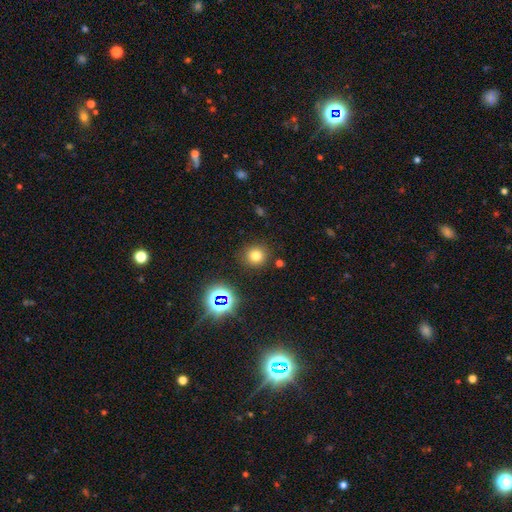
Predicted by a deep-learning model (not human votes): smooth-or-featured: smooth: 73% | star or artifact: 20% | featured or disk: 7%
  how-rounded: round: 90% | in between: 9% | cigar-shaped: 1%
  merging: none: 87% | minor disturbance: 7% | major disturbance: 3% | merger: 3%